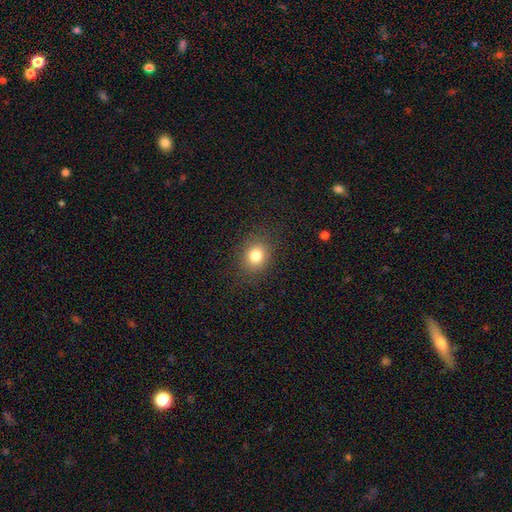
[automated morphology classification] This appears to be a smooth galaxy with no disk features (80%) that is round (69%). Merging: none (86%).